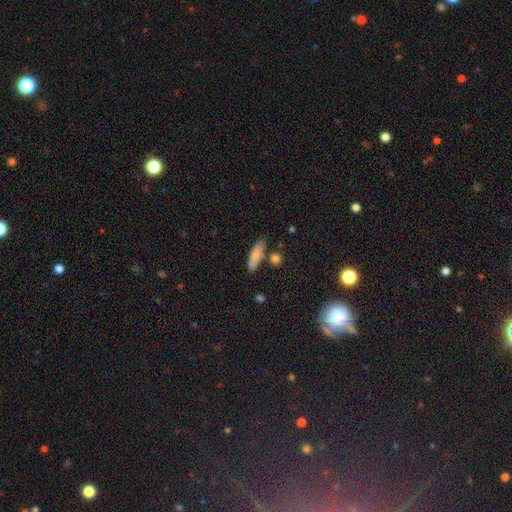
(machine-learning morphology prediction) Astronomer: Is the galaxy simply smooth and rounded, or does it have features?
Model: smooth — 84%.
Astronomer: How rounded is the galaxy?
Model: cigar-shaped — 52% (runner-up: in between, 45%).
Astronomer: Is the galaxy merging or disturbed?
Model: none — 74%.